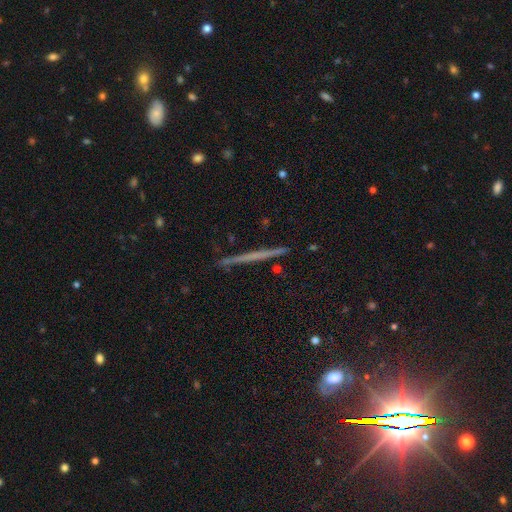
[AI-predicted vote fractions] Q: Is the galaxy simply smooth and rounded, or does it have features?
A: featured or disk — 55%.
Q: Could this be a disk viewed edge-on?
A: yes — 95%.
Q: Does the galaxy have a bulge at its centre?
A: none — 75%.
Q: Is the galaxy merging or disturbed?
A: none — 88%.